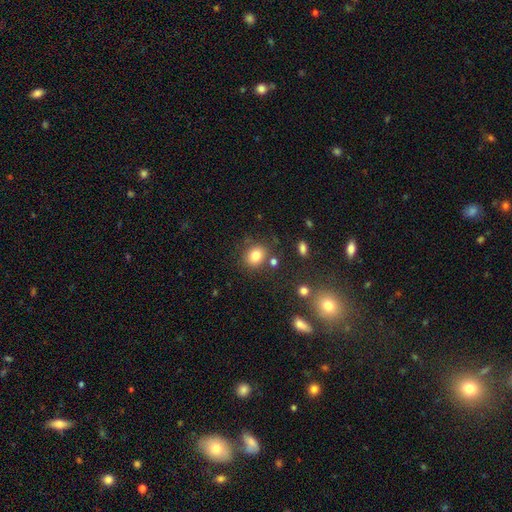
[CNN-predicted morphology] The model was most divided on "how rounded": round: 61%, in between: 38%, cigar-shaped: 1%. More confident: smooth or featured — smooth (81%); merging — none (77%).